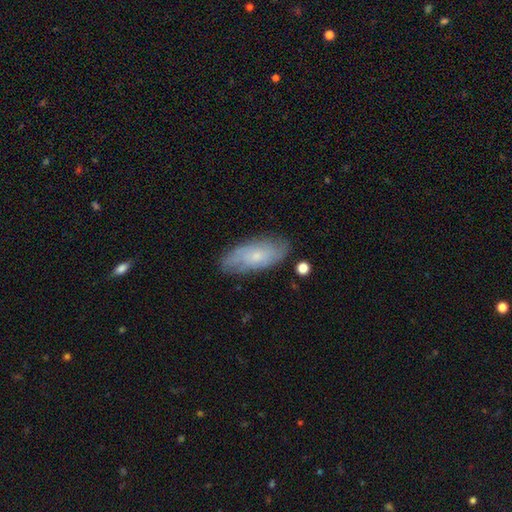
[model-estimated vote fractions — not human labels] This is possibly a featured or disk galaxy (49%). Merging: likely none (77%).